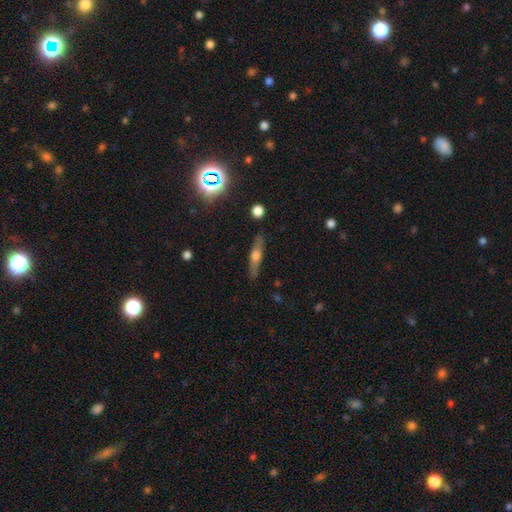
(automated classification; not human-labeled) A featured or disk galaxy (52%) viewed edge-on (91%). Merging: none (85%).